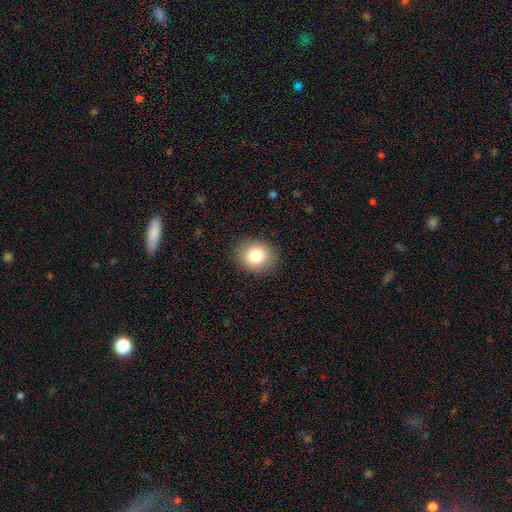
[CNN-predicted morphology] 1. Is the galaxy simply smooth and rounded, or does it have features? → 82% smooth, 10% star or artifact, 9% featured or disk.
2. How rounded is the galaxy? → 71% round, 28% in between, 1% cigar-shaped.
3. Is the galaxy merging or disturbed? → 89% none, 7% minor disturbance, 2% major disturbance, 1% merger.